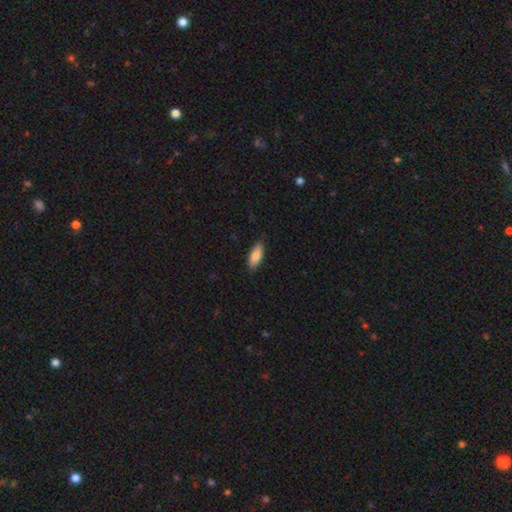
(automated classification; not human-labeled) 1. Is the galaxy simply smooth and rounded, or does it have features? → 84% smooth, 10% featured or disk, 6% star or artifact.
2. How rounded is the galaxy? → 79% in between, 19% cigar-shaped, 2% round.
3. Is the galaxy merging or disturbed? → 86% none, 11% minor disturbance, 2% major disturbance, 1% merger.